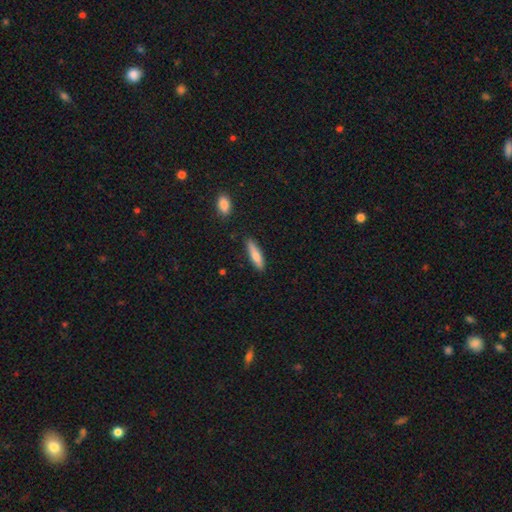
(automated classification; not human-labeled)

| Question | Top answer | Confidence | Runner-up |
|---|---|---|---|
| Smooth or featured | smooth | 77% | featured or disk (17%) |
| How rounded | cigar-shaped | 73% | in between (25%) |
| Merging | none | 86% | minor disturbance (10%) |